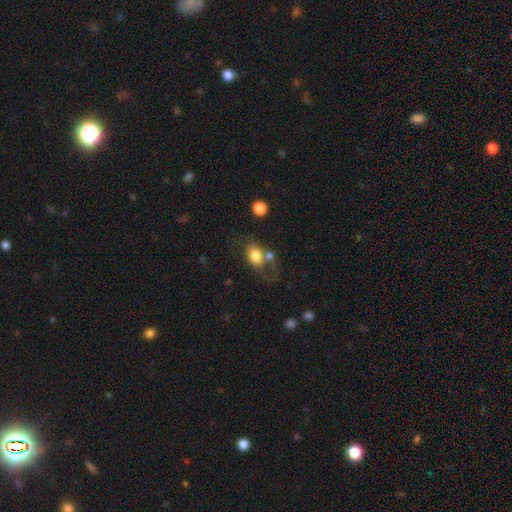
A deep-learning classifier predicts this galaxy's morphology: Smooth or featured?
  - smooth: 76% *
  - featured or disk: 16%
  - star or artifact: 8%
How rounded?
  - in between: 71% *
  - round: 27%
  - cigar-shaped: 2%
Merging?
  - none: 39% *
  - merger: 27%
  - minor disturbance: 17%
  - major disturbance: 16%